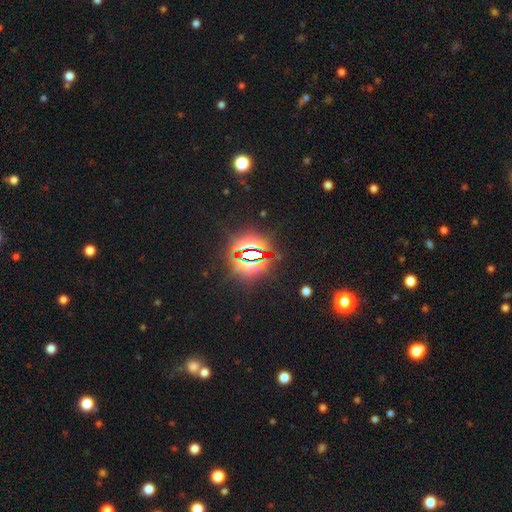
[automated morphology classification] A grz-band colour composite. It shows a star or artifact, not a galaxy (81%).